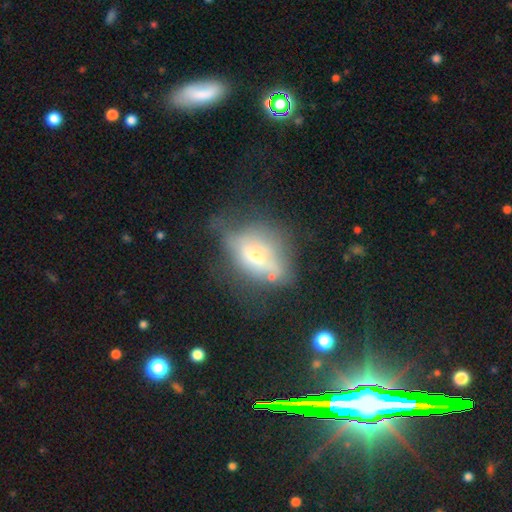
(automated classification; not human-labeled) A featured or disk galaxy (49%). Merging: none (37%).